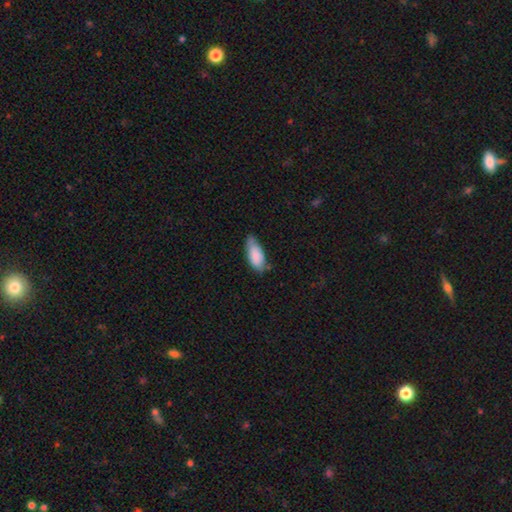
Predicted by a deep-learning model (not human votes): A smooth galaxy with no disk features (84%) that is in between round and cigar-shaped (85%).

Vote fractions:
- Smooth or featured? smooth: 84% / featured or disk: 9% / star or artifact: 6%
- How rounded? in between: 85% / cigar-shaped: 13% / round: 2%
- Merging? none: 50% / minor disturbance: 39% / major disturbance: 7% / merger: 3%